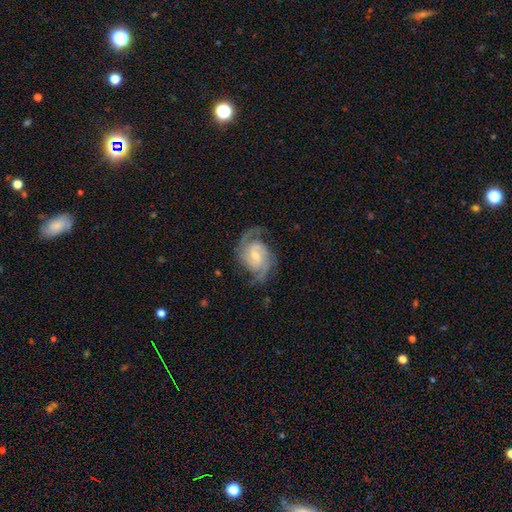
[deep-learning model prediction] The model was most divided on "bulge size": small: 48%, moderate: 44%, none: 4%, large: 3%, dominant: 1%. Remaining: edge-on disk — no (98%); spiral arms — yes (98%); smooth or featured — featured or disk (88%); merging — none (71%); spiral arm count — 2 (70%); bar — weak (51%); spiral winding — medium (47%).